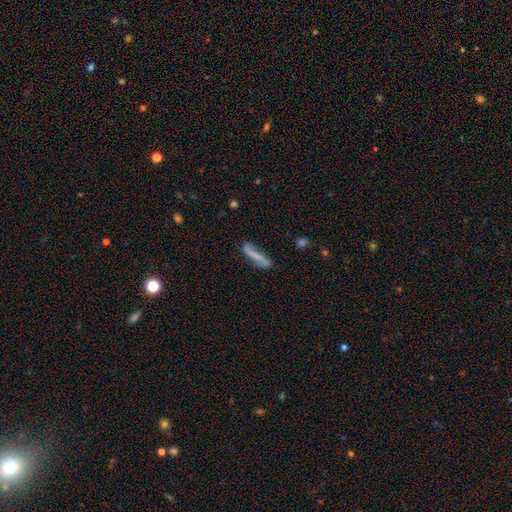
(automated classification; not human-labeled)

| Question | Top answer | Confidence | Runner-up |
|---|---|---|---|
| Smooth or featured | featured or disk | 51% | smooth (41%) |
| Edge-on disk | no | 74% | yes (26%) |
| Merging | none | 67% | minor disturbance (21%) |